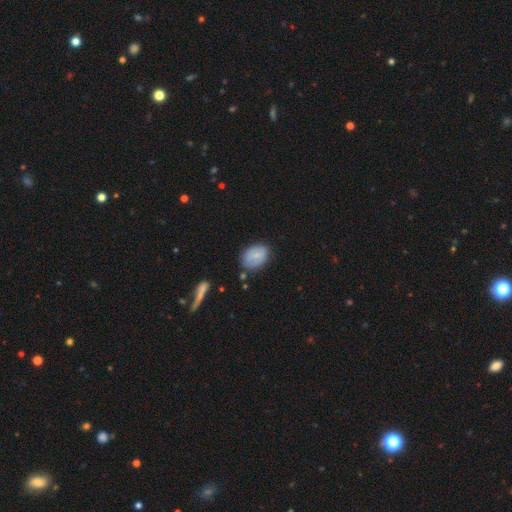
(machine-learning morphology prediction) A smooth galaxy with no disk features (75%) that is in between round and cigar-shaped (79%). Merging: none (72%).